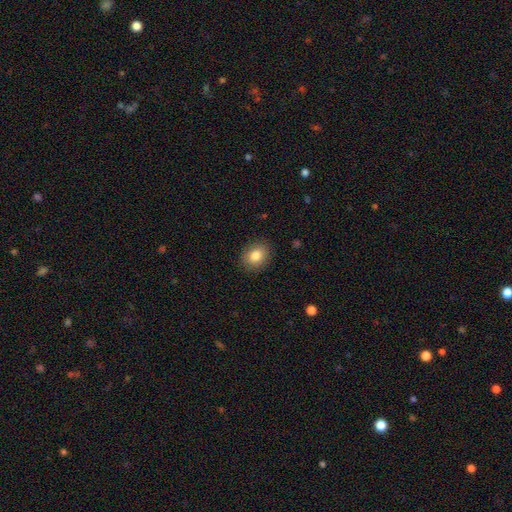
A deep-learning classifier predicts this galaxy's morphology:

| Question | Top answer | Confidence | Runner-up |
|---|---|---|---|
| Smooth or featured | smooth | 83% | star or artifact (9%) |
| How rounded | round | 51% | in between (48%) |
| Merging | none | 89% | minor disturbance (8%) |